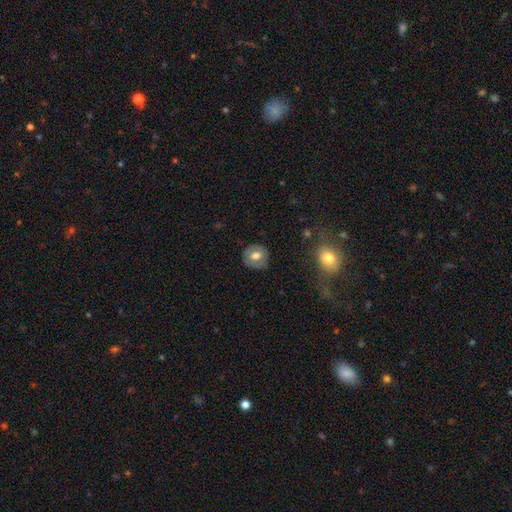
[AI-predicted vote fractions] This appears to be a smooth galaxy with no disk features (62%) that is round (82%). Merging: none (82%).